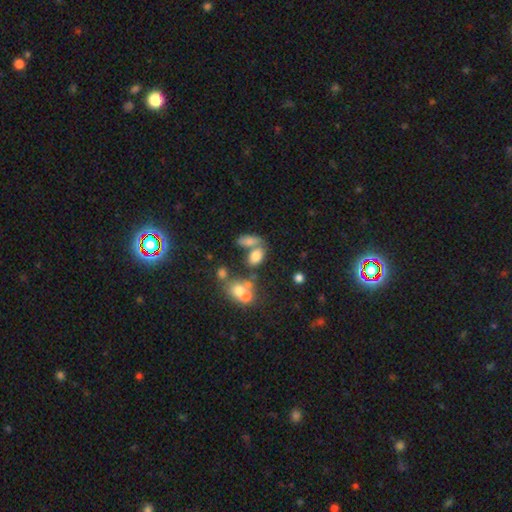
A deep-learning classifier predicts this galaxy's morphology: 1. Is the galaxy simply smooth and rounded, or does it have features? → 73% smooth, 15% featured or disk, 12% star or artifact.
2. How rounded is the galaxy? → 85% in between, 12% round, 4% cigar-shaped.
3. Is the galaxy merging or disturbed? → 41% none, 39% merger, 13% minor disturbance, 7% major disturbance.